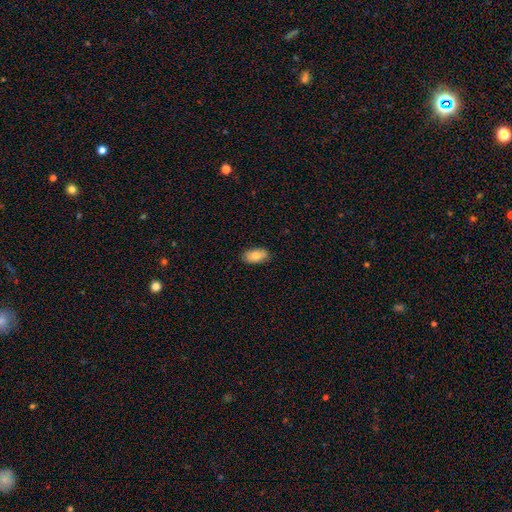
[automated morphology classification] Smooth or featured? Predicted: smooth (p=0.82). How rounded? Predicted: in between (p=0.93). Merging? Predicted: none (p=0.86).